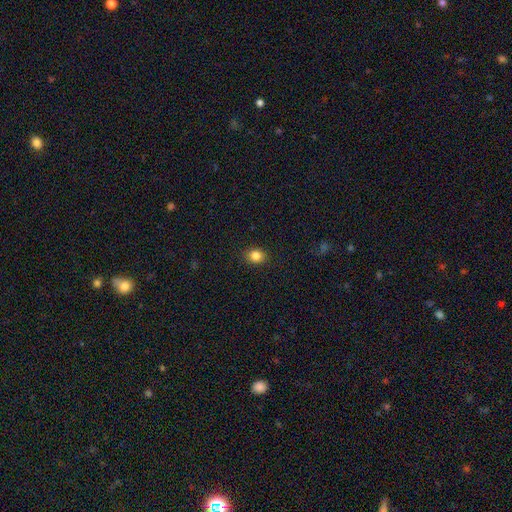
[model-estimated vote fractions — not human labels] The model was most divided on "how rounded": round: 57%, in between: 42%, cigar-shaped: 1%. More confident: merging — none (89%); smooth or featured — smooth (84%).